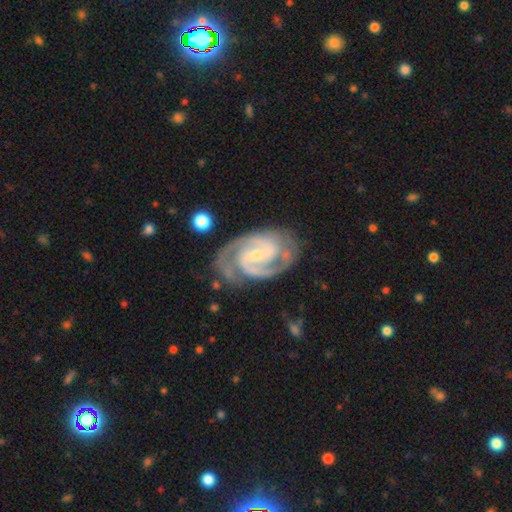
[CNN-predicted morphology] Smooth or featured: featured or disk — 92% (star or artifact — 4%)
Edge-on disk: no — 98% (yes — 2%)
Bar: weak — 42% (no — 38%)
Spiral arms: yes — 98% (no — 2%)
Spiral winding: tight — 53% (medium — 42%)
Spiral arm count: 2 — 82% (3 — 9%)
Bulge size: small — 67% (moderate — 28%)
Merging: none — 73% (minor disturbance — 18%)